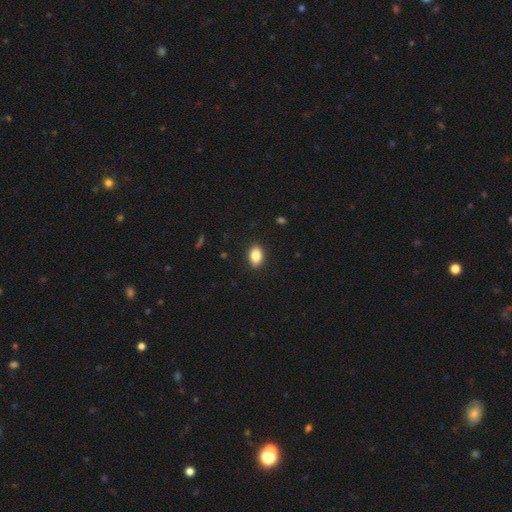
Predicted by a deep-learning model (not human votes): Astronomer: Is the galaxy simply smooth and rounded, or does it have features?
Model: smooth — 86%.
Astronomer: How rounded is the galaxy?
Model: in between — 84%.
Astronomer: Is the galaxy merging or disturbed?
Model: none — 90%.